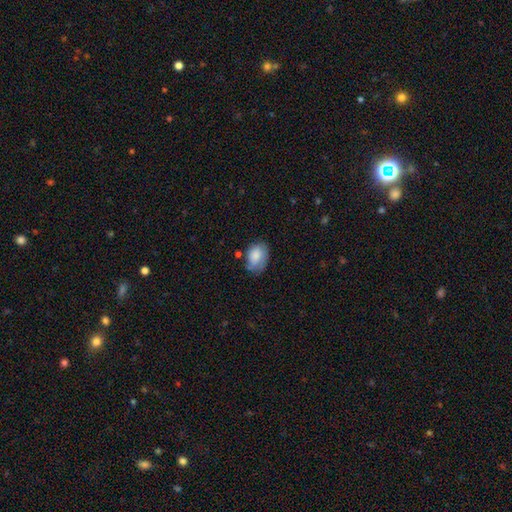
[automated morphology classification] smooth-or-featured: smooth: 76% | featured or disk: 17% | star or artifact: 8%
  how-rounded: in between: 80% | round: 19% | cigar-shaped: 1%
  merging: none: 51% | minor disturbance: 33% | major disturbance: 12% | merger: 5%